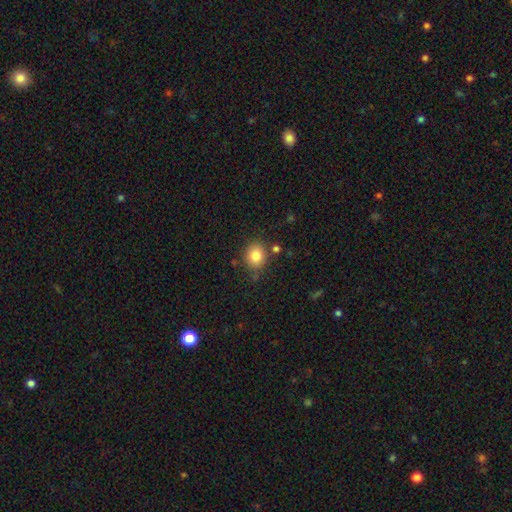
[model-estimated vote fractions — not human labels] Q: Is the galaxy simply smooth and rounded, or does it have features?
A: smooth — 83%.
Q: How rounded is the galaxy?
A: round — 69%.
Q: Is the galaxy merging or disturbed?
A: none — 78%.